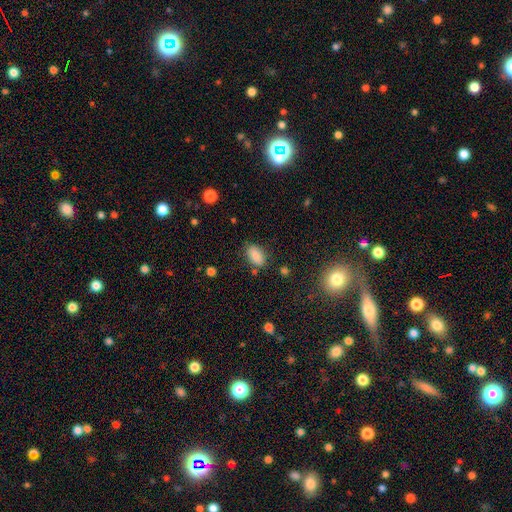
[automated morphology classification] This is clearly a smooth galaxy (85%). How rounded: clearly in between (90%). Merging: likely none (78%).